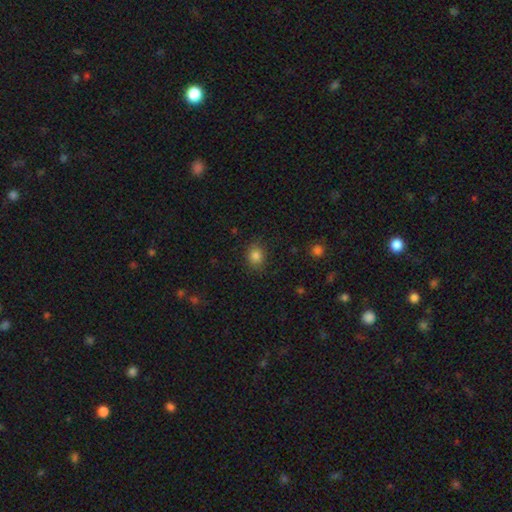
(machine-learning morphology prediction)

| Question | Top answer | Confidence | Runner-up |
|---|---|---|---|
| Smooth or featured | smooth | 83% | star or artifact (12%) |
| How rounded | round | 57% | in between (42%) |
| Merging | none | 84% | minor disturbance (11%) |